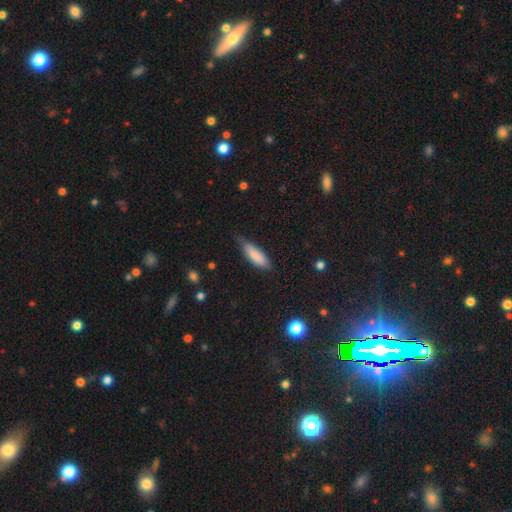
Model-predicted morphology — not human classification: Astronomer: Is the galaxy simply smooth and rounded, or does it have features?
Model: smooth — 84%.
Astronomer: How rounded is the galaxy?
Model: in between — 55% (runner-up: cigar-shaped, 43%).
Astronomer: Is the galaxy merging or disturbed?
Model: none — 65%.